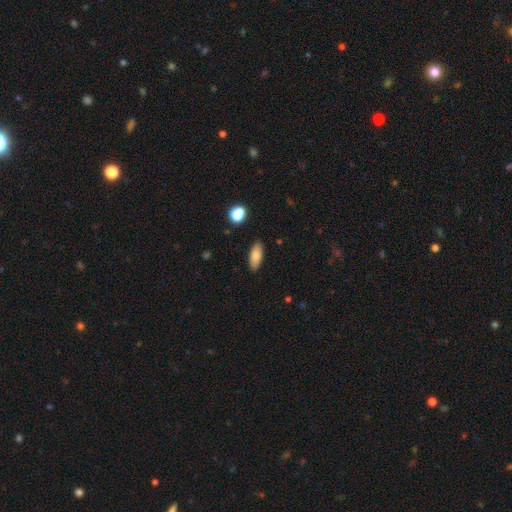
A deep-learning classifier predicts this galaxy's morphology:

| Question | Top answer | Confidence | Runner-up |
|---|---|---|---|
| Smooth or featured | smooth | 82% | featured or disk (10%) |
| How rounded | in between | 77% | cigar-shaped (20%) |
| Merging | none | 88% | minor disturbance (9%) |